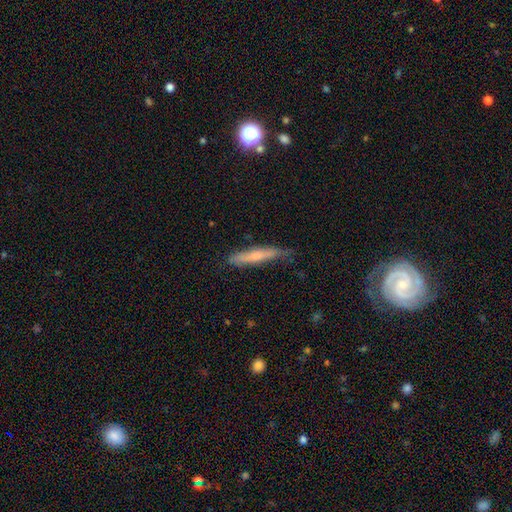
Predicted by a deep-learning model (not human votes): The model was most divided on "smooth or featured": smooth: 60%, featured or disk: 34%, star or artifact: 6%. More confident: how rounded — cigar-shaped (92%); merging — none (71%).